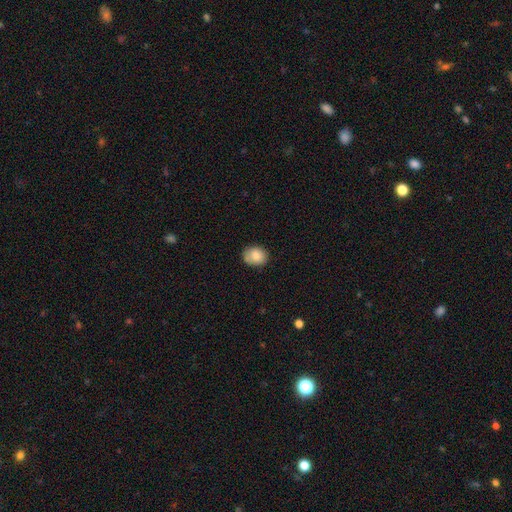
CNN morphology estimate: A smooth galaxy with no disk features (83%) that is round (51%). Merging: none (78%).